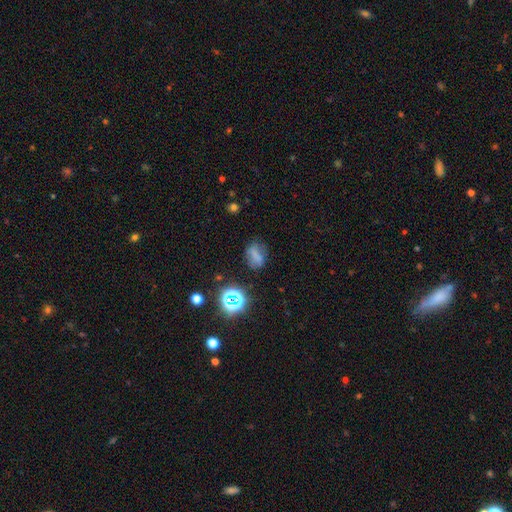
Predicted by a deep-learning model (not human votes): Smooth or featured? smooth (58%)
How rounded? in between (66%)
Merging? none (61%)